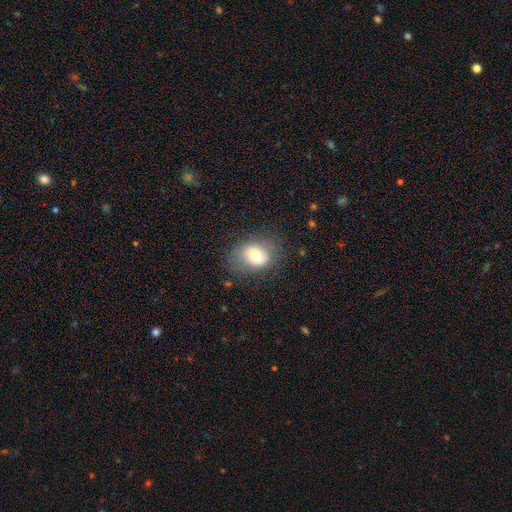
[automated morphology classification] A smooth galaxy with no disk features (66%) that is in between round and cigar-shaped (66%).

Vote fractions:
- Smooth or featured? smooth: 66% / featured or disk: 24% / star or artifact: 9%
- How rounded? in between: 66% / round: 33% / cigar-shaped: 1%
- Merging? none: 63% / minor disturbance: 23% / major disturbance: 12% / merger: 2%